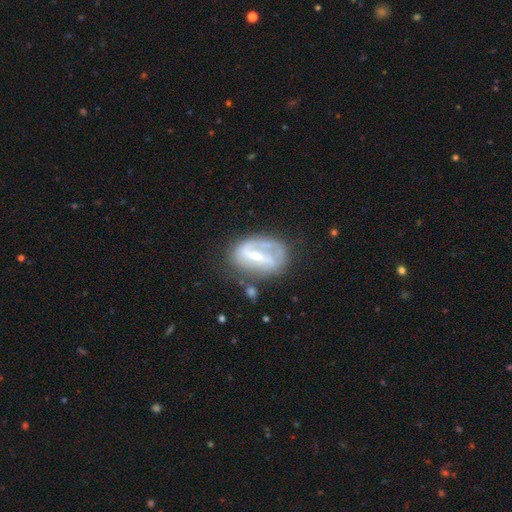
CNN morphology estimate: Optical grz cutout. It shows a featured or disk galaxy (74%) with a strong bar (46%), 2 (51%) medium (38%) spiral arms (71%) and a small central bulge (49%). Merging: none (54%).